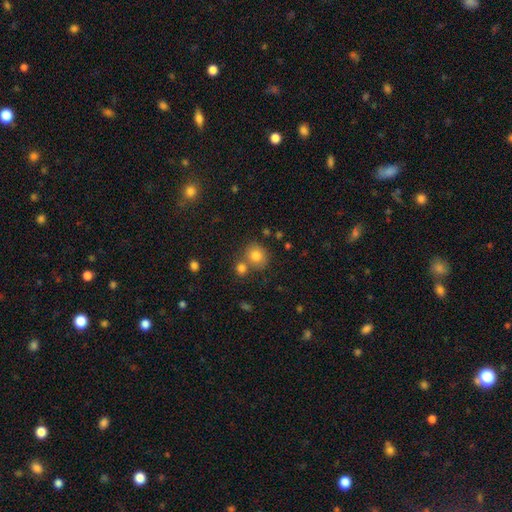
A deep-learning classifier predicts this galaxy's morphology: smooth 81%, star or artifact 11%, featured or disk 8%. Down the decision tree: how rounded — round (80%); merging — none (63%).